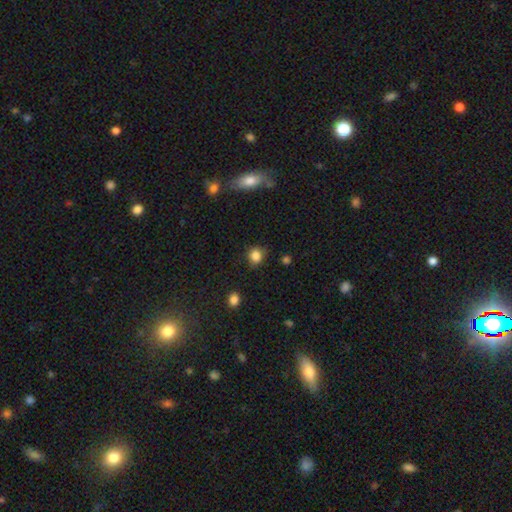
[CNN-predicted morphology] A smooth galaxy with no disk features (84%) that is round (79%). Merging: none (77%).